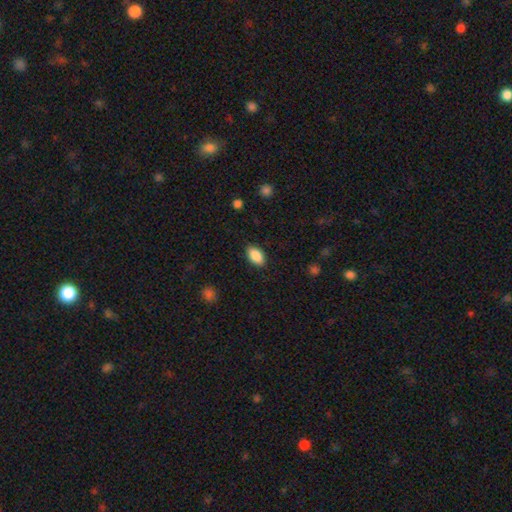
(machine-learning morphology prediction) Smooth or featured: smooth — 89% (star or artifact — 7%)
How rounded: in between — 93% (round — 4%)
Merging: none — 87% (minor disturbance — 10%)